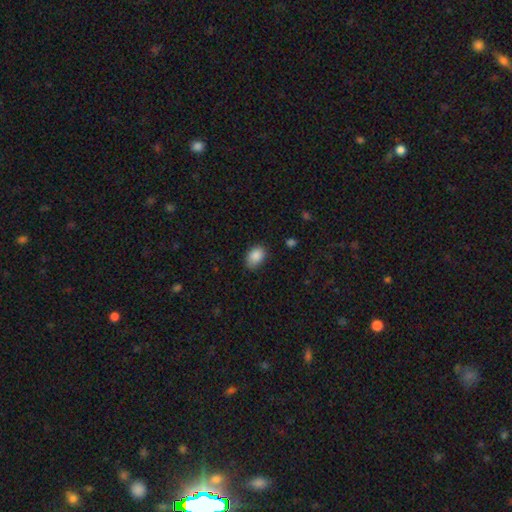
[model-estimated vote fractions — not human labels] Smooth or featured?
  - smooth: 87% *
  - star or artifact: 8%
  - featured or disk: 5%
How rounded?
  - in between: 82% *
  - round: 17%
  - cigar-shaped: 1%
Merging?
  - none: 77% *
  - minor disturbance: 19%
  - major disturbance: 3%
  - merger: 1%